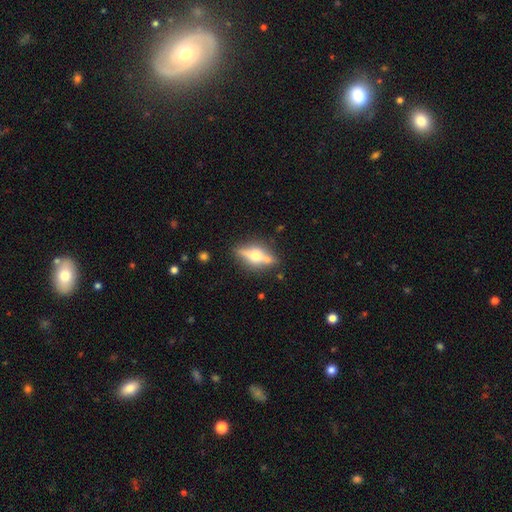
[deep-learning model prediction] Overall: featured or disk (61%; smooth 30%). Edge-on disk: yes (87%). Edge-on bulge: rounded (94%). Merging: none (73%).